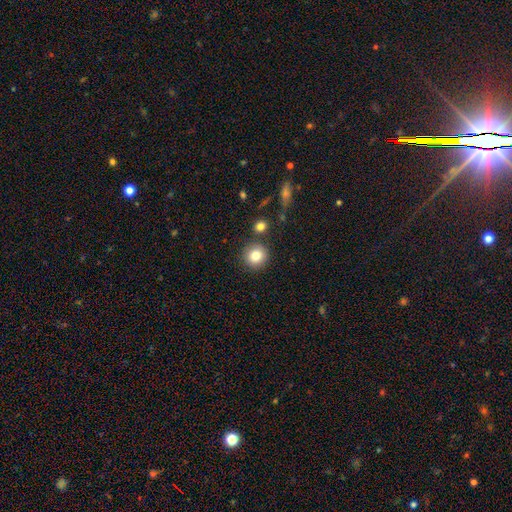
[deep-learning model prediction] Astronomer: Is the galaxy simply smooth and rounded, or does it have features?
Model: smooth — 82%.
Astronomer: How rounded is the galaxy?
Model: round — 92%.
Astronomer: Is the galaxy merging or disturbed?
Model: none — 84%.